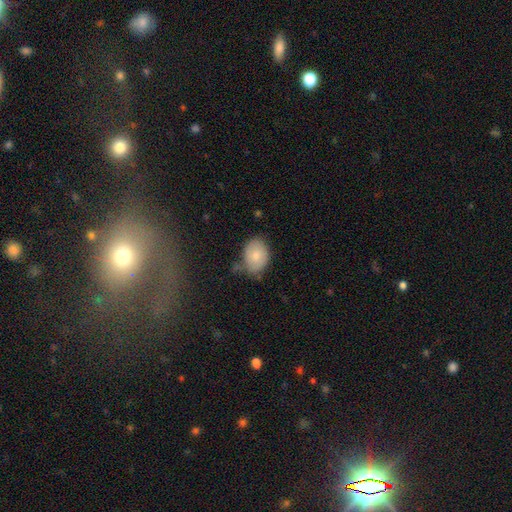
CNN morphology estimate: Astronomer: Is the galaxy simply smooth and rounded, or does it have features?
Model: smooth — 77%.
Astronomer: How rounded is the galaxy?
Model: in between — 75%.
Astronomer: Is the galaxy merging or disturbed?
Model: none — 64%.